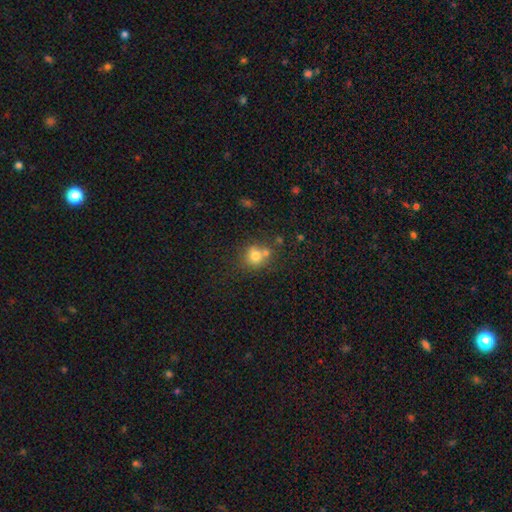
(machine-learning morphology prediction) Overall: smooth (74%). How rounded: round (79%). Merging: none (50%; merger 33%).